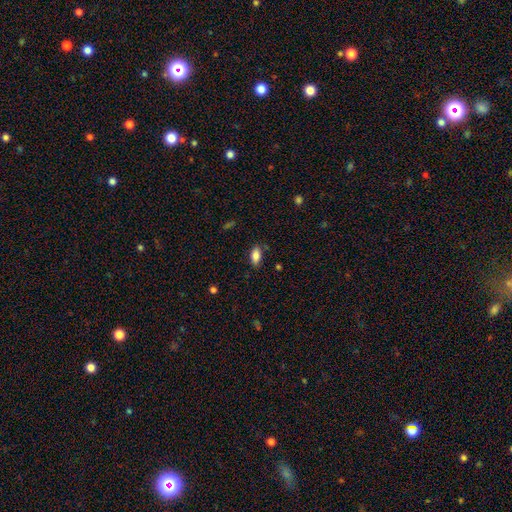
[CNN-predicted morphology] smooth-or-featured: smooth: 84% | star or artifact: 8% | featured or disk: 8%
  how-rounded: in between: 90% | cigar-shaped: 7% | round: 3%
  merging: none: 82% | minor disturbance: 14% | major disturbance: 3% | merger: 2%